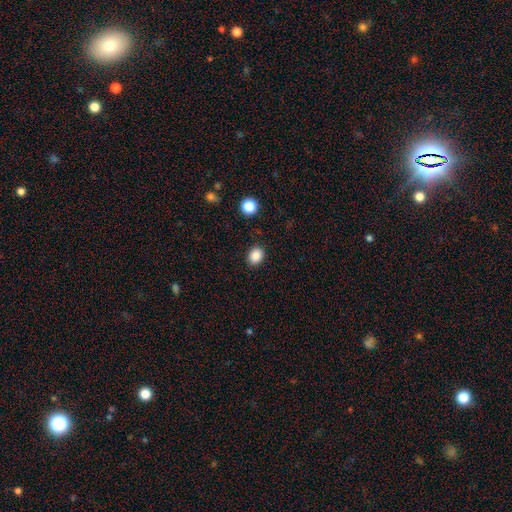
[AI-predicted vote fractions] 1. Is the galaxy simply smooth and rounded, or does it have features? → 87% smooth, 10% star or artifact, 3% featured or disk.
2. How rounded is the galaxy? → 50% round, 49% in between, 1% cigar-shaped.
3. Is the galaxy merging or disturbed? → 88% none, 8% minor disturbance, 2% major disturbance, 1% merger.